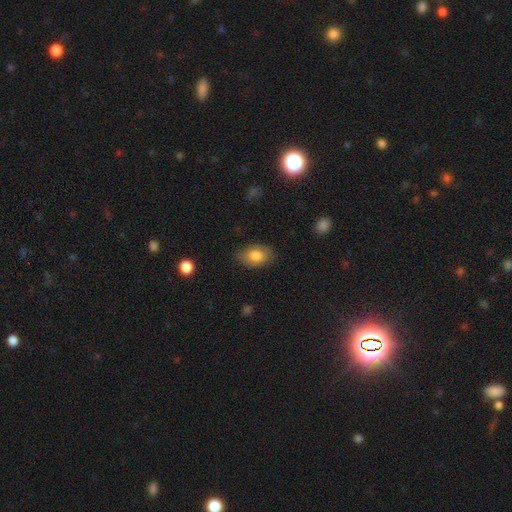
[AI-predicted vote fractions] Smooth or featured: smooth — 79% (featured or disk — 13%)
How rounded: in between — 85% (round — 14%)
Merging: none — 79% (minor disturbance — 16%)